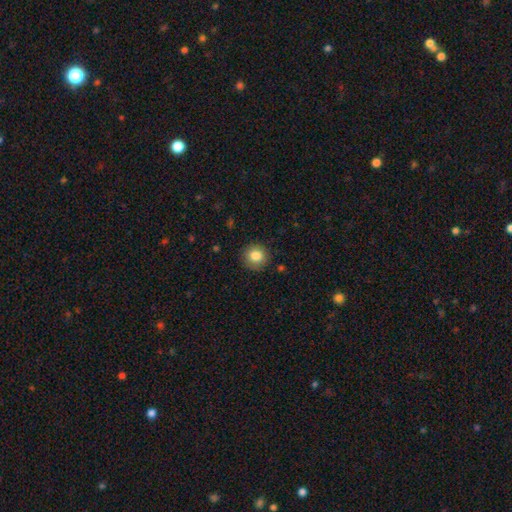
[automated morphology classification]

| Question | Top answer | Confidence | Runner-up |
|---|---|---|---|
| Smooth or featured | smooth | 84% | star or artifact (9%) |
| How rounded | round | 90% | in between (9%) |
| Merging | none | 88% | minor disturbance (8%) |